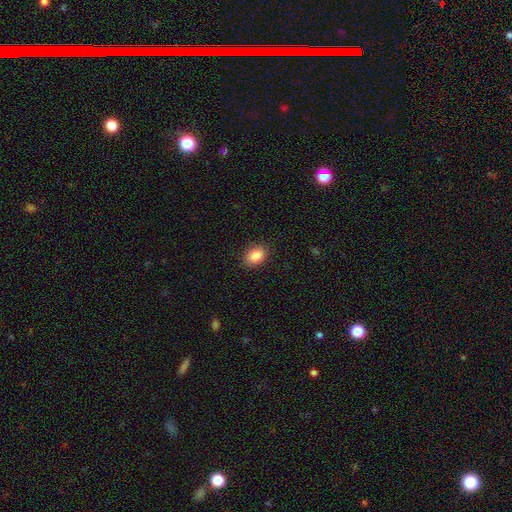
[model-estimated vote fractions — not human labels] Overall: smooth (87%). How rounded: in between (76%). Merging: none (86%).